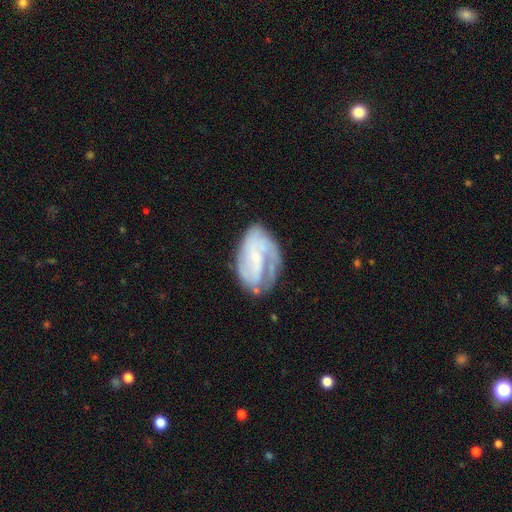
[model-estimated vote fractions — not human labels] A featured or disk galaxy (75%) with no bar (51%), 2 (34%) tight (47%) spiral arms (89%) and a small central bulge (70%).

Vote fractions:
- Smooth or featured? featured or disk: 75% / smooth: 18% / star or artifact: 7%
- Edge-on disk? no: 97% / yes: 3%
- Bar? no: 51% / weak: 37% / strong: 12%
- Spiral arms? yes: 89% / no: 11%
- Spiral winding? tight: 47% / medium: 37% / loose: 16%
- Spiral arm count? 2: 34% / can't tell: 28% / 1: 18% / 3: 13% / 4: 4% / more than 4: 3%
- Bulge size? small: 70% / moderate: 14% / none: 13% / large: 2% / dominant: 1%
- Merging? none: 54% / minor disturbance: 25% / major disturbance: 18% / merger: 3%